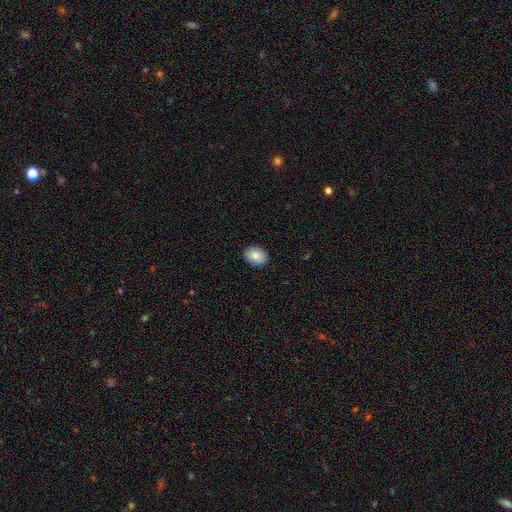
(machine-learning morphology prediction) smooth-or-featured: smooth: 84% | featured or disk: 9% | star or artifact: 7%
  how-rounded: in between: 62% | round: 37% | cigar-shaped: 1%
  merging: none: 90% | minor disturbance: 7% | major disturbance: 2% | merger: 1%